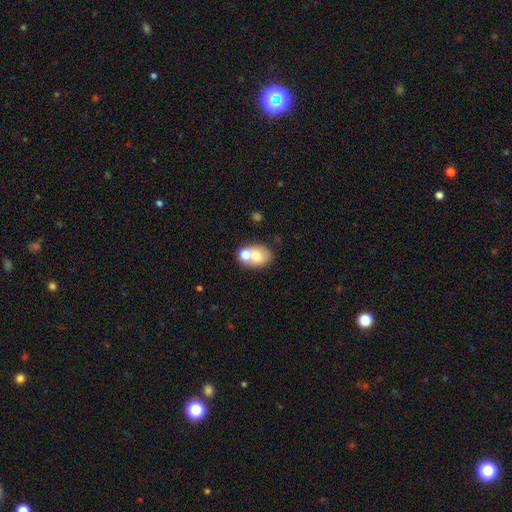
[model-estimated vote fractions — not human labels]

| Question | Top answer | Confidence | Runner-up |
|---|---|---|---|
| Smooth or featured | smooth | 69% | featured or disk (21%) |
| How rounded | in between | 58% | round (41%) |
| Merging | none | 44% | merger (42%) |